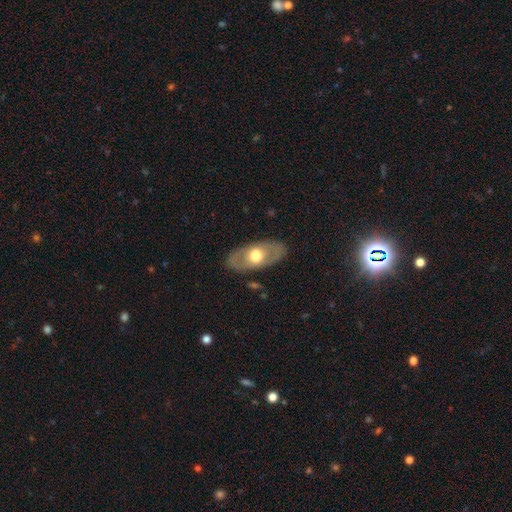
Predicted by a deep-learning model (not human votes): Smooth or featured: featured or disk — 51% (smooth — 44%)
Edge-on disk: no — 82% (yes — 18%)
Merging: none — 84% (minor disturbance — 11%)